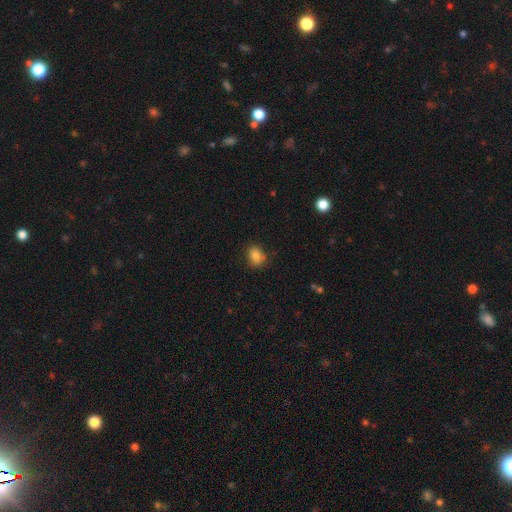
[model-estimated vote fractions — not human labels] smooth_or_featured: smooth (p=0.83) [alt: star or artifact p=0.10]
how_rounded: in between (p=0.52) [alt: round p=0.47]
merging: none (p=0.76) [alt: minor disturbance p=0.18]